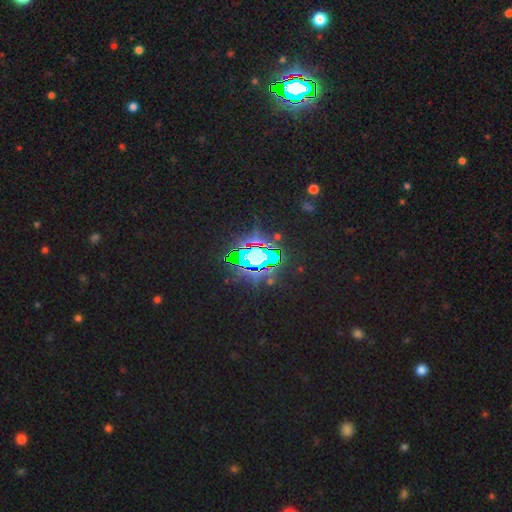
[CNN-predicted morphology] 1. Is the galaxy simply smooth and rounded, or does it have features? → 73% star or artifact, 14% smooth, 13% featured or disk.